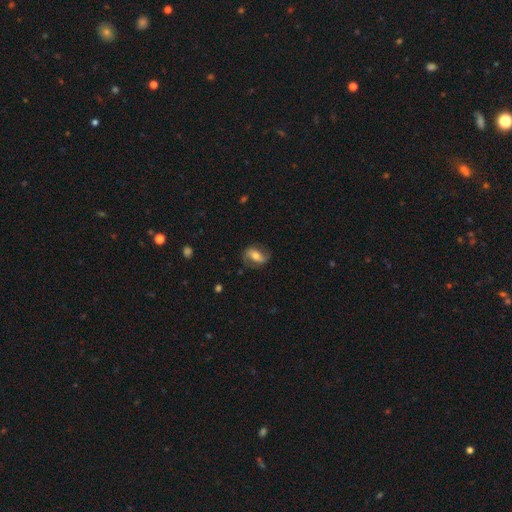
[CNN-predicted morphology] This appears to be a featured or disk galaxy (58%) with no bar (36%), spiral arms (83%) and a moderate central bulge (65%). Merging: none (73%).